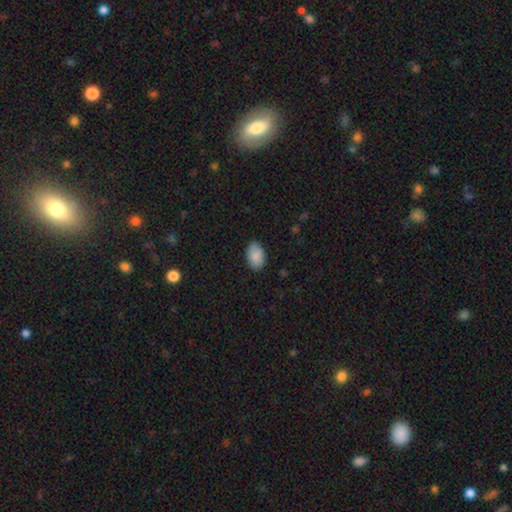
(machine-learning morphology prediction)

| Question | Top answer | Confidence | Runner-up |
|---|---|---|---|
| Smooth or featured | smooth | 88% | star or artifact (6%) |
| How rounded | in between | 91% | round (8%) |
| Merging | none | 86% | minor disturbance (11%) |